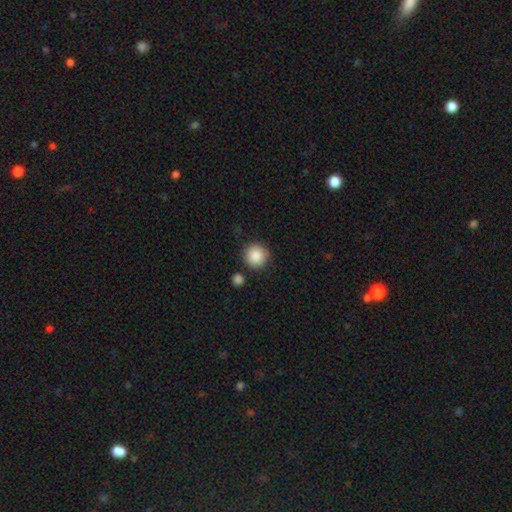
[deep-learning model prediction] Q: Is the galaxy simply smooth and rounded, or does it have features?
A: smooth — 88%.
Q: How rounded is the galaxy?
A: round — 94%.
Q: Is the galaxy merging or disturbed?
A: none — 85%.